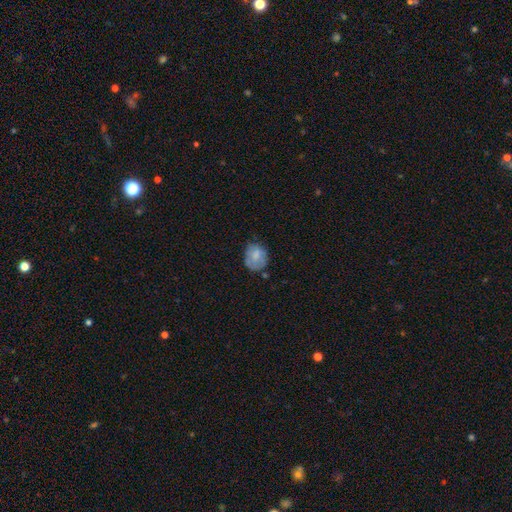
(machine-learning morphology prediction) smooth-or-featured: smooth: 70% | featured or disk: 22% | star or artifact: 9%
  how-rounded: round: 51% | in between: 48% | cigar-shaped: 1%
  merging: none: 57% | minor disturbance: 28% | major disturbance: 11% | merger: 4%